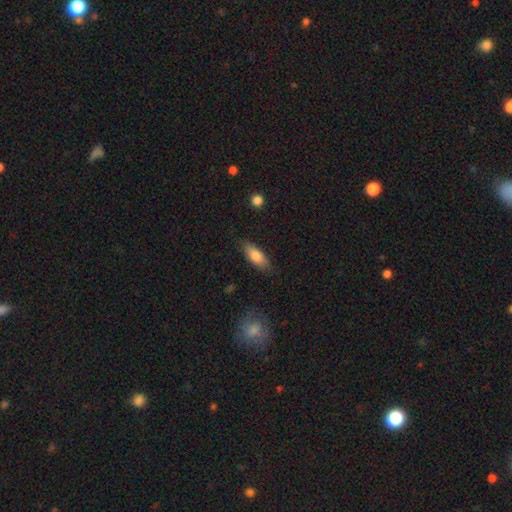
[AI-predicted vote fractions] The model was most divided on "how rounded": in between: 70%, cigar-shaped: 27%, round: 3%. More confident: merging — none (81%); smooth or featured — smooth (77%).